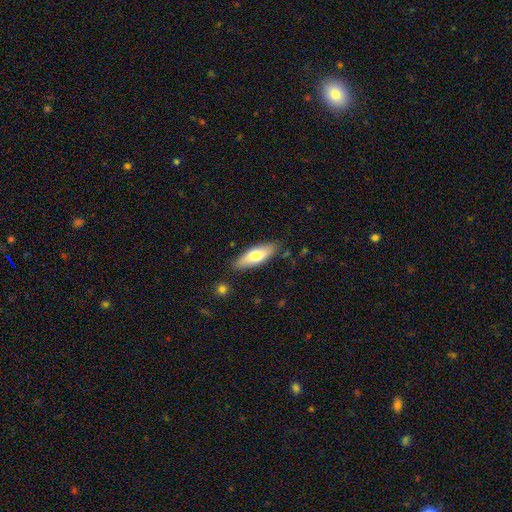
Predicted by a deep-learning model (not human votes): smooth_or_featured: smooth (p=0.71) [alt: featured or disk p=0.23]
how_rounded: in between (p=0.61) [alt: cigar-shaped p=0.37]
merging: none (p=0.84) [alt: minor disturbance p=0.12]